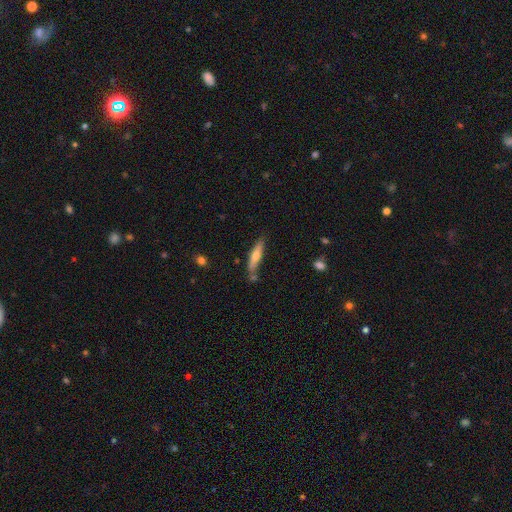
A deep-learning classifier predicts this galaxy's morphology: A smooth galaxy with no disk features (55%) that is cigar-shaped (84%). Merging: none (74%).